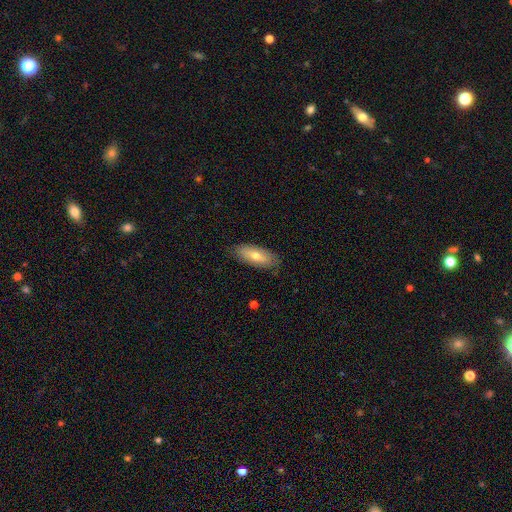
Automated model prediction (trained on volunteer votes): smooth-or-featured: smooth: 66% | featured or disk: 28% | star or artifact: 7%
  how-rounded: in between: 73% | cigar-shaped: 24% | round: 3%
  merging: none: 83% | minor disturbance: 13% | major disturbance: 3% | merger: 1%